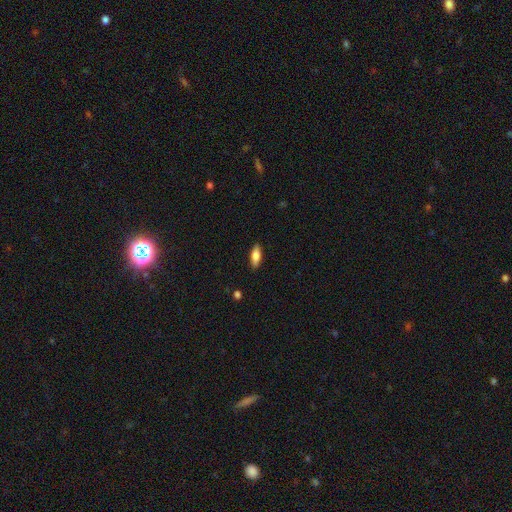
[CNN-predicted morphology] Smooth or featured?
  - smooth: 78% *
  - featured or disk: 16%
  - star or artifact: 6%
How rounded?
  - in between: 68% *
  - cigar-shaped: 29%
  - round: 2%
Merging?
  - none: 89% *
  - minor disturbance: 8%
  - major disturbance: 2%
  - merger: 1%